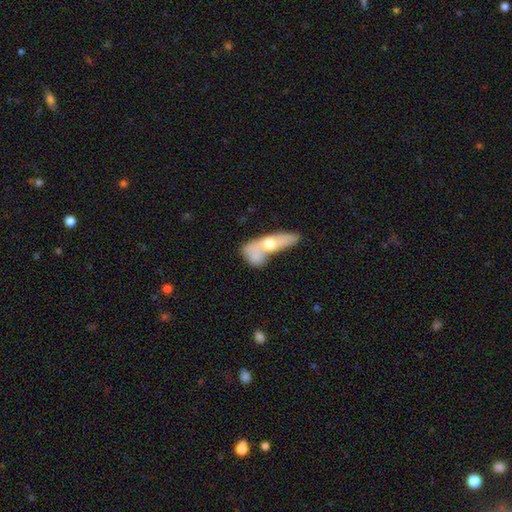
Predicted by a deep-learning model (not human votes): Overall: smooth (61%; featured or disk 32%). How rounded: in between (55%; cigar-shaped 28%). Merging: merger (55%; none 20%).